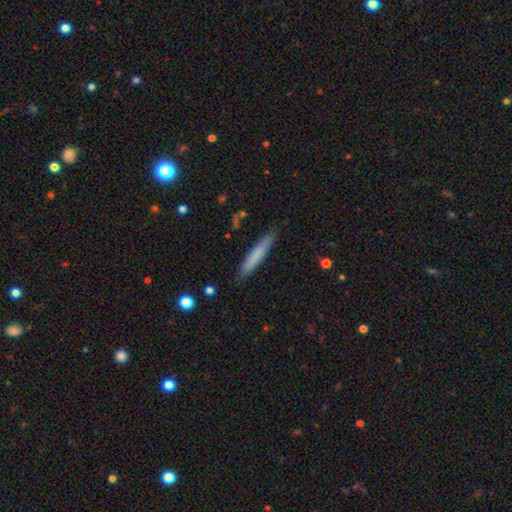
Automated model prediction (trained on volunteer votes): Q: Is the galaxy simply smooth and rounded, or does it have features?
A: smooth — 74%.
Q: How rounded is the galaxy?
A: cigar-shaped — 94%.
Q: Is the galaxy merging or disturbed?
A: none — 88%.